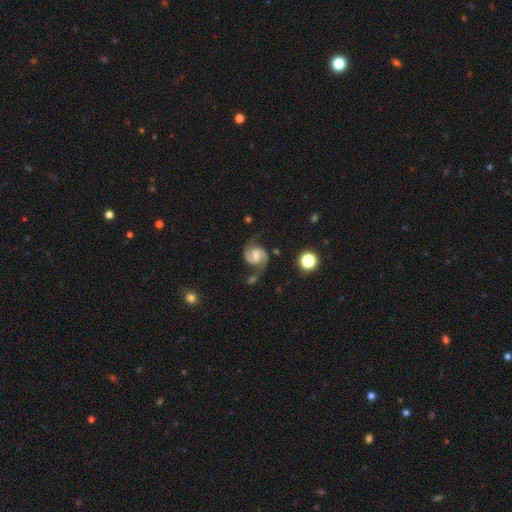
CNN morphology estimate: Smooth or featured? Predicted: featured or disk (p=0.86). Edge-on disk? Predicted: no (p=0.98). Bar? Predicted: weak (p=0.45). Spiral arms? Predicted: yes (p=0.98). Spiral winding? Predicted: medium (p=0.56). Spiral arm count? Predicted: 2 (p=0.93). Bulge size? Predicted: moderate (p=0.52). Merging? Predicted: none (p=0.70).